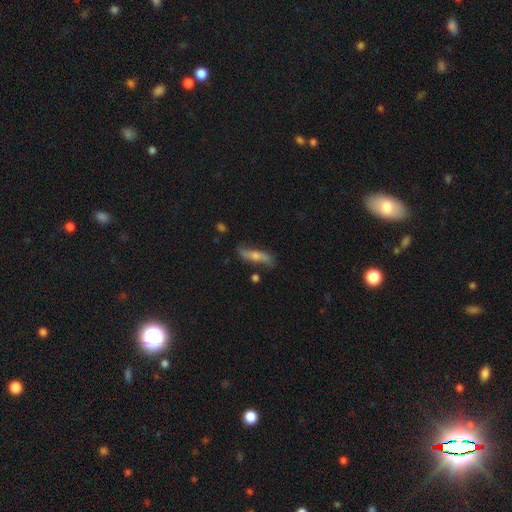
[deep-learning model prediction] The model was most divided on "edge-on disk": yes: 52%, no: 48%. More confident: merging — none (68%); smooth or featured — featured or disk (54%).